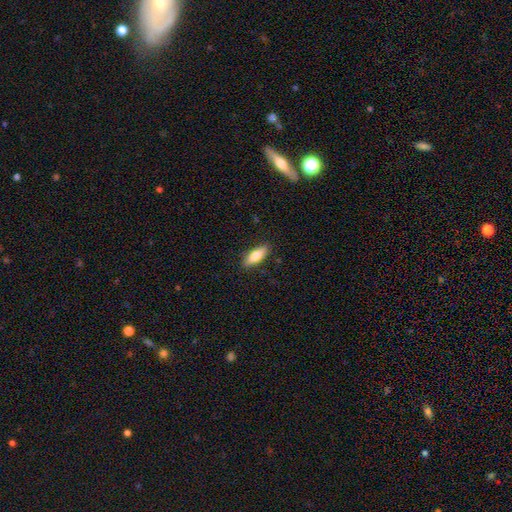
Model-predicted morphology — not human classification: Smooth or featured: smooth — 70% (featured or disk — 24%)
How rounded: in between — 60% (cigar-shaped — 37%)
Merging: none — 87% (minor disturbance — 10%)